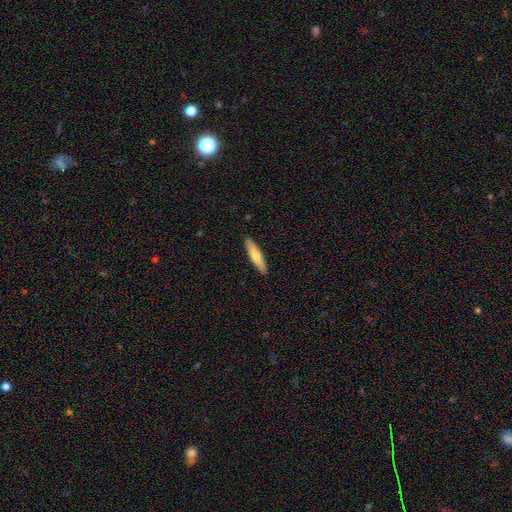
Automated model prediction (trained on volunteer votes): Smooth or featured?
  - smooth: 72% *
  - featured or disk: 23%
  - star or artifact: 5%
How rounded?
  - cigar-shaped: 80% *
  - in between: 19%
  - round: 1%
Merging?
  - none: 90% *
  - minor disturbance: 7%
  - major disturbance: 1%
  - merger: 1%